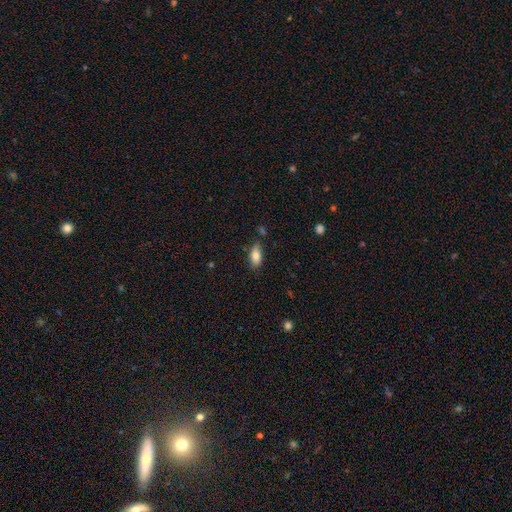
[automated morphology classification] smooth-or-featured: smooth: 80% | featured or disk: 12% | star or artifact: 8%
  how-rounded: in between: 87% | cigar-shaped: 9% | round: 3%
  merging: none: 78% | minor disturbance: 16% | merger: 3% | major disturbance: 3%